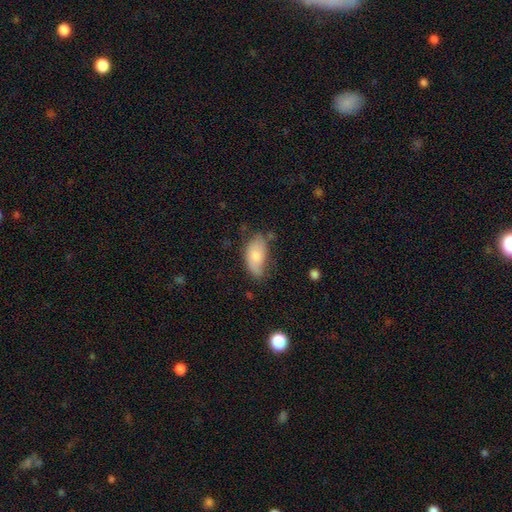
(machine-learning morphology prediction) The model was most divided on "merging": none: 52%, minor disturbance: 34%, major disturbance: 11%, merger: 4%. More confident: how rounded — in between (93%); smooth or featured — smooth (76%).